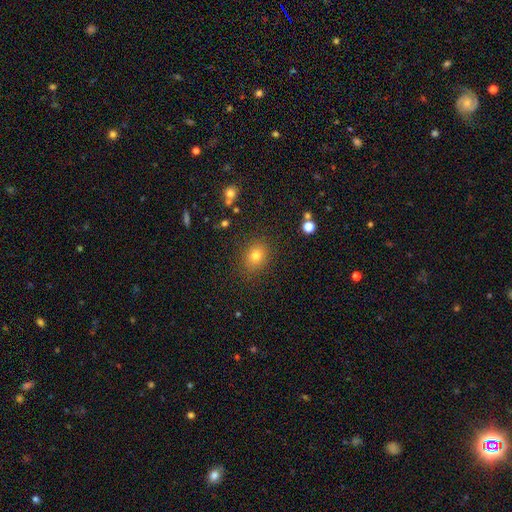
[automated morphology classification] Overall: smooth (77%). How rounded: round (54%; in between 45%). Merging: none (86%).